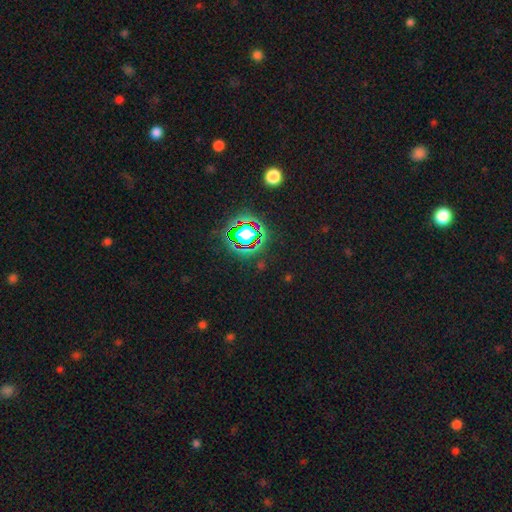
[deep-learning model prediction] This appears to be a star or artifact, not a galaxy (81%).